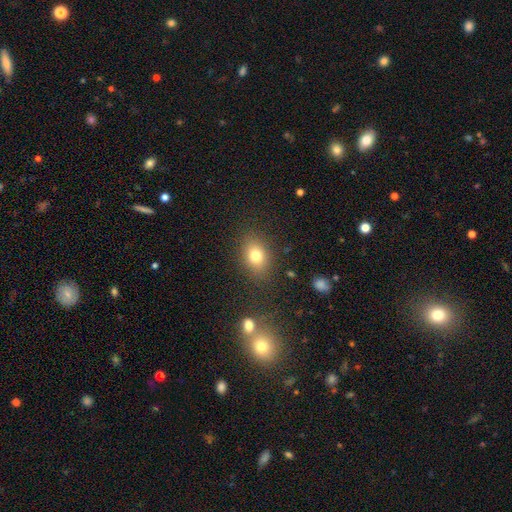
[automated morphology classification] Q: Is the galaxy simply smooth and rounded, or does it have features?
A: smooth — 78%.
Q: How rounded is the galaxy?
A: in between — 67%.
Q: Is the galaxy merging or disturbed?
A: none — 83%.